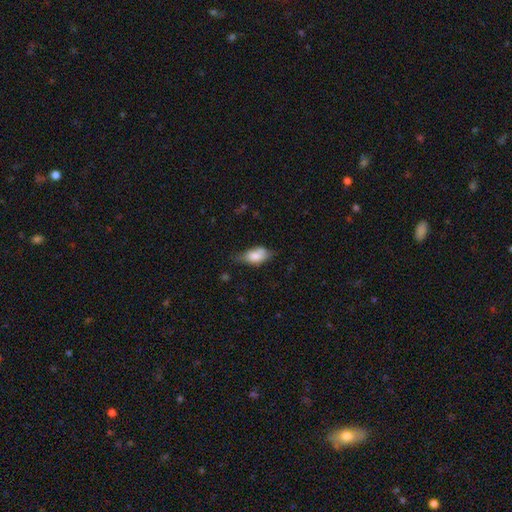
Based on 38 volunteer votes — smooth-or-featured: smooth: 84% | featured or disk: 8% | star or artifact: 8%
  how-rounded: in between: 84% | round: 9% | cigar-shaped: 6%
  merging: none: 60% | merger: 23% | minor disturbance: 17% | major disturbance: 0%